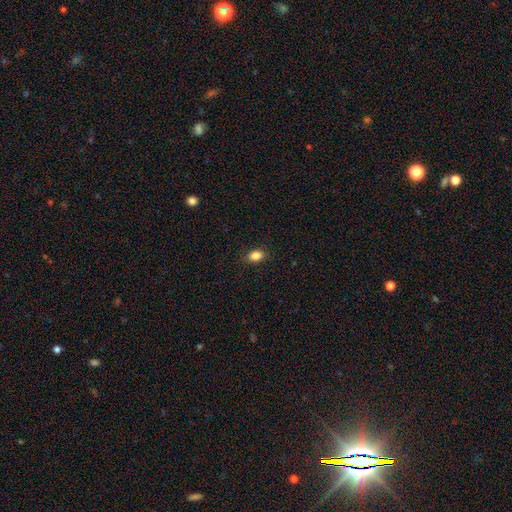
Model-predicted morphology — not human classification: smooth_or_featured: smooth (p=0.86) [alt: star or artifact p=0.09]
how_rounded: in between (p=0.80) [alt: round p=0.18]
merging: none (p=0.88) [alt: minor disturbance p=0.09]